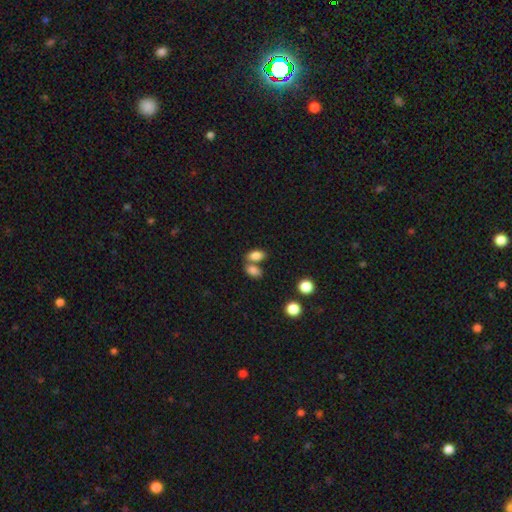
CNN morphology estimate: Overall: smooth (83%). How rounded: in between (88%). Merging: none (45%; merger 42%).